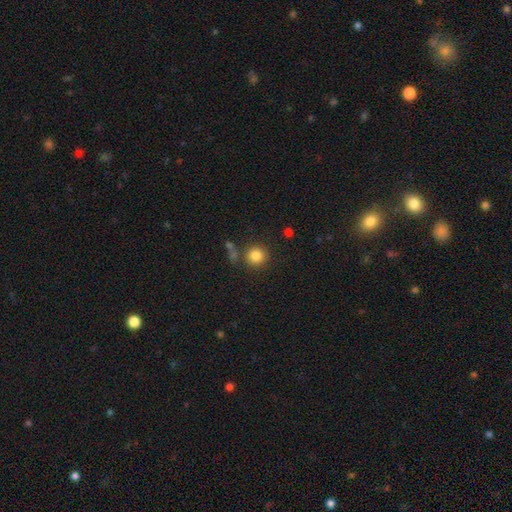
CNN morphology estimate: Overall: smooth (84%). How rounded: round (93%). Merging: none (80%).